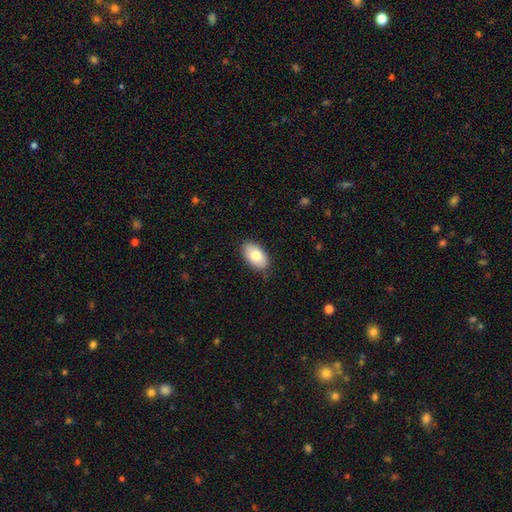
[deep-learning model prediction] Morphology: type=smooth (78%); roundness=in between (94%); merging=none (85%).